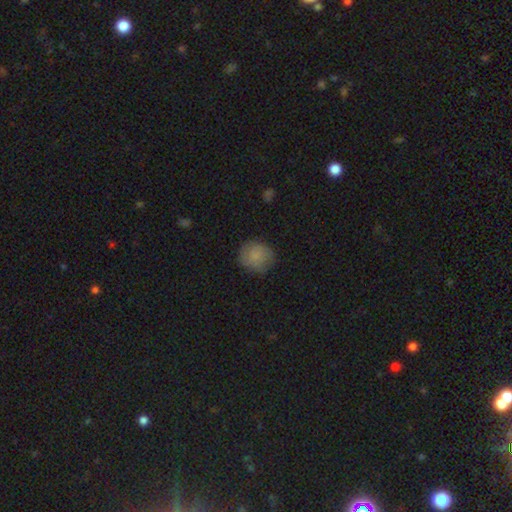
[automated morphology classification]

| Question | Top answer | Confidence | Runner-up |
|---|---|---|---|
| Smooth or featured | smooth | 80% | featured or disk (11%) |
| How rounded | round | 84% | in between (15%) |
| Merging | none | 77% | minor disturbance (17%) |